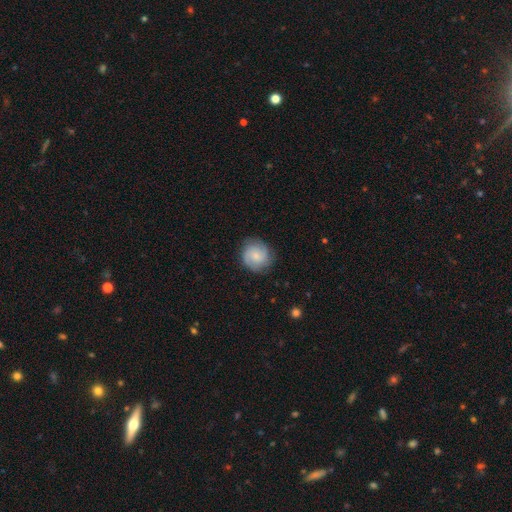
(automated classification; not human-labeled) This appears to be a smooth galaxy with no disk features (49%). Merging: none (82%).